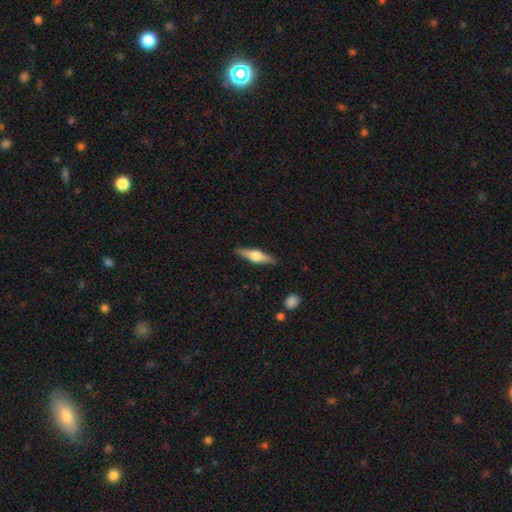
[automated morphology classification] type=featured or disk (61%); edge-on=yes (96%); edge-on bulge=rounded (93%); merging=none (89%).